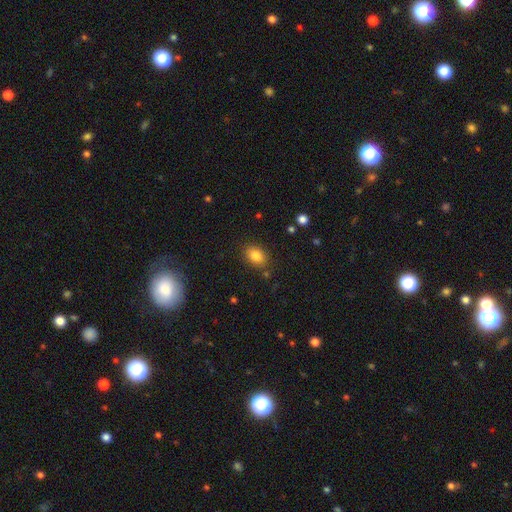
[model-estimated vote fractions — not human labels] Q: Smooth or featured?
A: smooth (84%); runner-up: star or artifact (10%)
Q: How rounded?
A: in between (77%); runner-up: round (22%)
Q: Merging?
A: none (83%); runner-up: minor disturbance (11%)